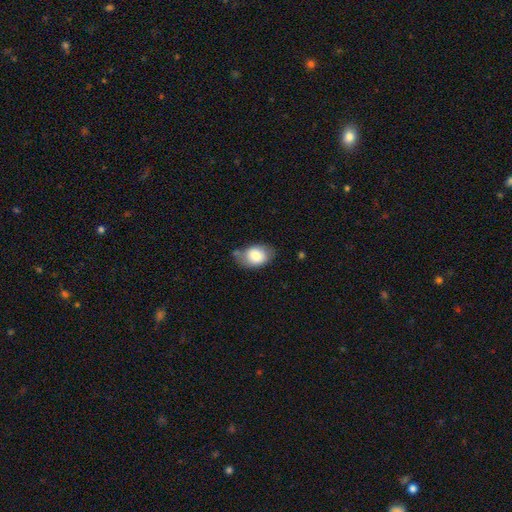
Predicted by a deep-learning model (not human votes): smooth_or_featured: smooth (p=0.81) [alt: featured or disk p=0.12]
how_rounded: in between (p=0.80) [alt: round p=0.18]
merging: none (p=0.61) [alt: minor disturbance p=0.26]